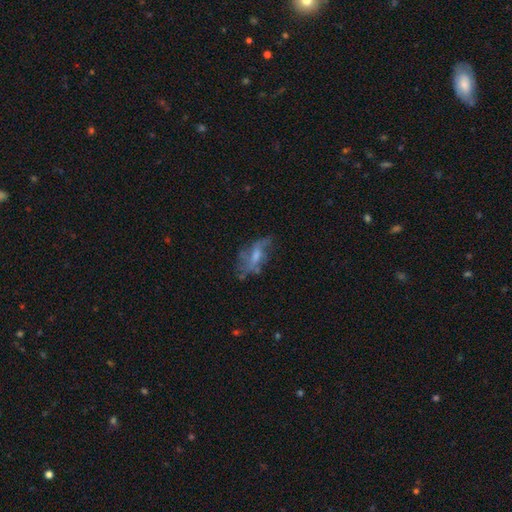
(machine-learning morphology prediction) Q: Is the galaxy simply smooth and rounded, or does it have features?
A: featured or disk — 59%.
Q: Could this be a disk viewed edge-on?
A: no — 89%.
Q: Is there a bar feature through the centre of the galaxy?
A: no — 48%.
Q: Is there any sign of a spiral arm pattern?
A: yes — 61%.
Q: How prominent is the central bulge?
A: moderate — 41%.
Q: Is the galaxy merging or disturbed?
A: none — 47%.